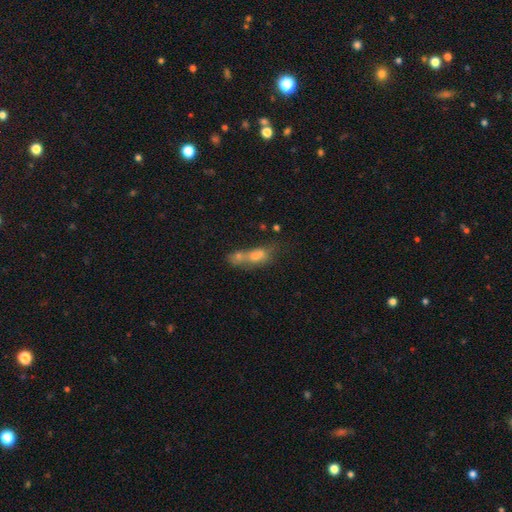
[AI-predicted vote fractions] This is possibly a smooth galaxy (55%). How rounded: possibly in between (56%). Merging: likely merger (62%).